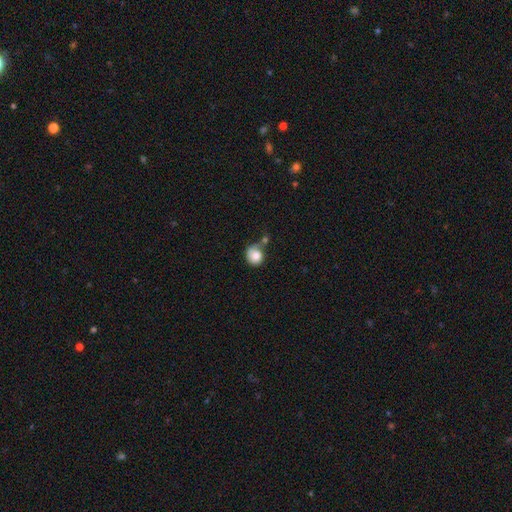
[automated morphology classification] Smooth or featured? Predicted: smooth (p=0.79). How rounded? Predicted: round (p=0.80). Merging? Predicted: none (p=0.42).